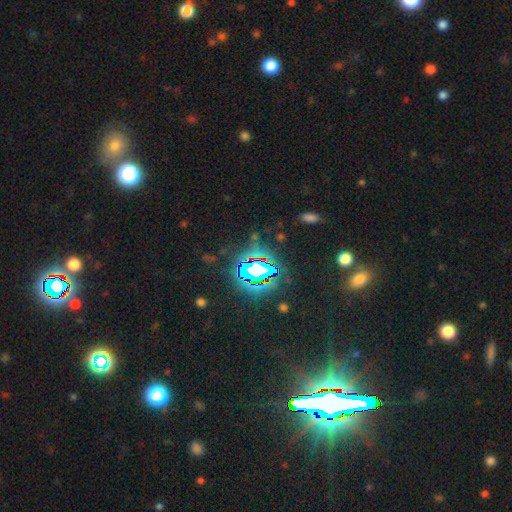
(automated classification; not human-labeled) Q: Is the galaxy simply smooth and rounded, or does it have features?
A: star or artifact — 82%.